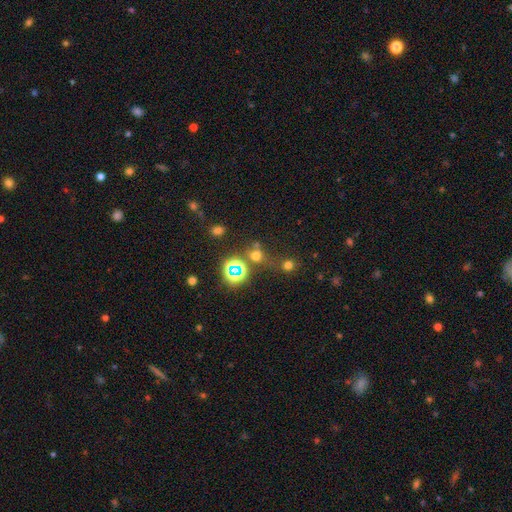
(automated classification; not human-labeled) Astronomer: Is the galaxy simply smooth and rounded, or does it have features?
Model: smooth — 51% (runner-up: star or artifact, 40%).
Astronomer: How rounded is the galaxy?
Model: round — 81%.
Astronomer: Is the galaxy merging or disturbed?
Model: none — 61%.